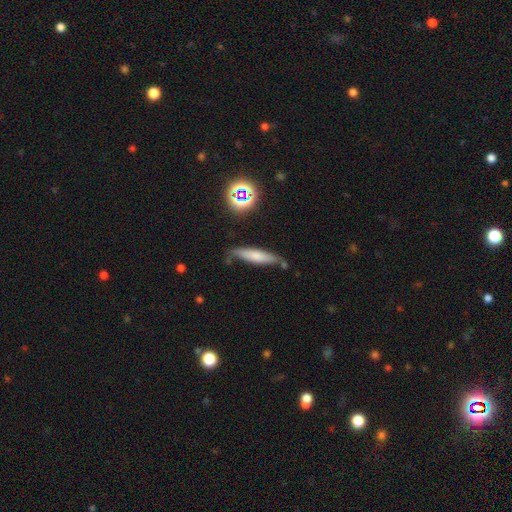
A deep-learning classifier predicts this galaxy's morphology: The model was most divided on "smooth or featured": smooth: 65%, featured or disk: 25%, star or artifact: 10%. More confident: how rounded — cigar-shaped (80%); merging — none (68%).